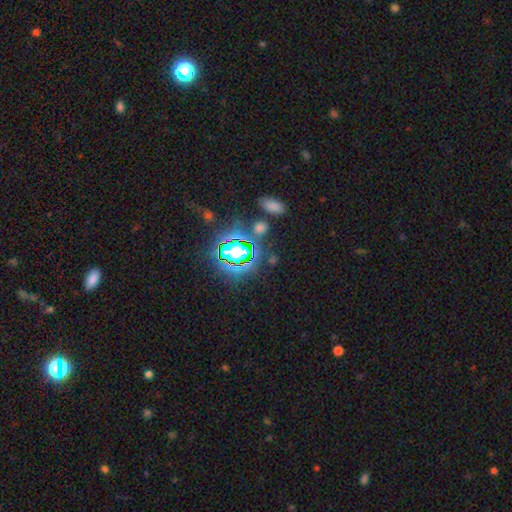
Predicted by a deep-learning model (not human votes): Smooth or featured: star or artifact — 81% (smooth — 11%)